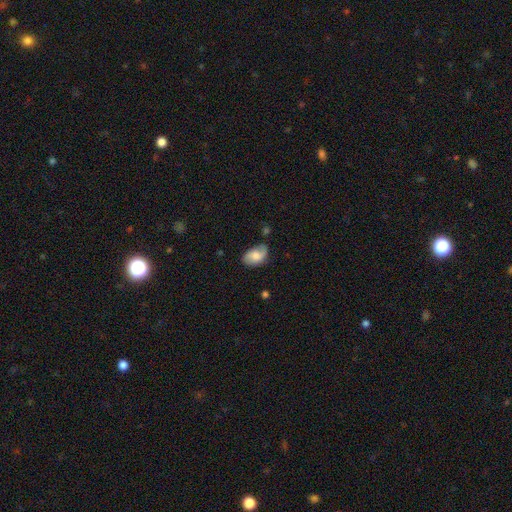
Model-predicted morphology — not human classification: Smooth or featured?
  - smooth: 59% *
  - featured or disk: 33%
  - star or artifact: 8%
How rounded?
  - in between: 87% *
  - round: 12%
  - cigar-shaped: 1%
Merging?
  - none: 52% *
  - minor disturbance: 32%
  - major disturbance: 11%
  - merger: 5%